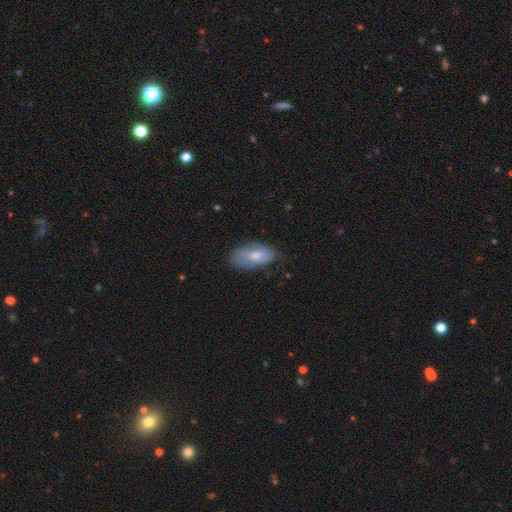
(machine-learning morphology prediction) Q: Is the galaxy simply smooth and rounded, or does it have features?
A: smooth — 52%.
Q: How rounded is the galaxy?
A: in between — 90%.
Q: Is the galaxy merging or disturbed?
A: none — 63%.